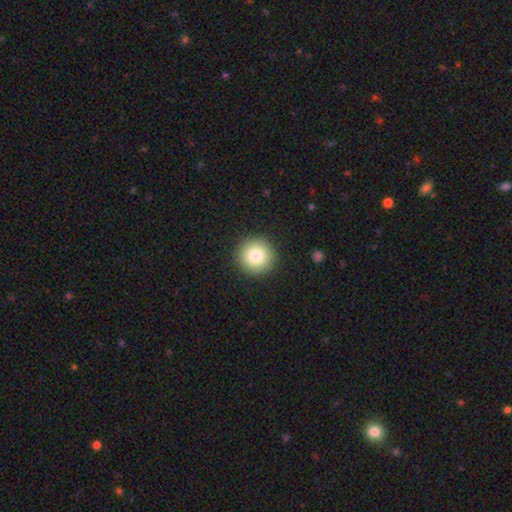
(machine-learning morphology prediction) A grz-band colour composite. It shows a smooth galaxy with no disk features (82%) that is round (96%). Merging: none (92%).